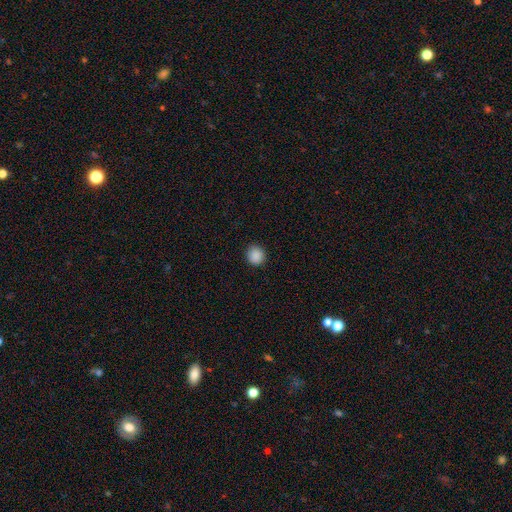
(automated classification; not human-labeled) Smooth or featured?
  - smooth: 89% *
  - star or artifact: 9%
  - featured or disk: 2%
How rounded?
  - round: 89% *
  - in between: 10%
  - cigar-shaped: 1%
Merging?
  - none: 91% *
  - minor disturbance: 6%
  - major disturbance: 2%
  - merger: 1%